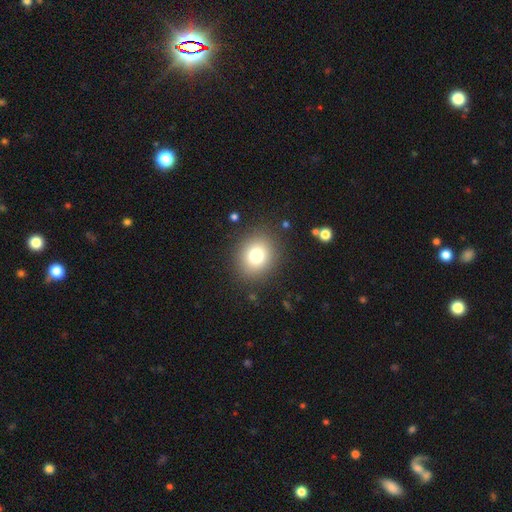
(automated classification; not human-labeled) Smooth or featured: smooth — 76% (star or artifact — 13%)
How rounded: round — 70% (in between — 29%)
Merging: none — 88% (minor disturbance — 7%)